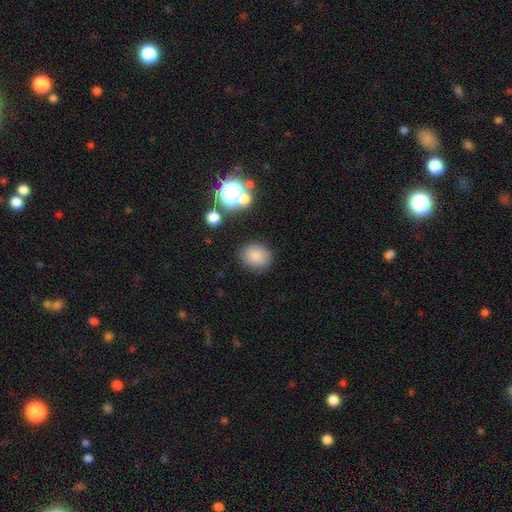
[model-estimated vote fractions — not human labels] Overall: smooth (81%). How rounded: round (68%; in between 31%). Merging: none (84%).